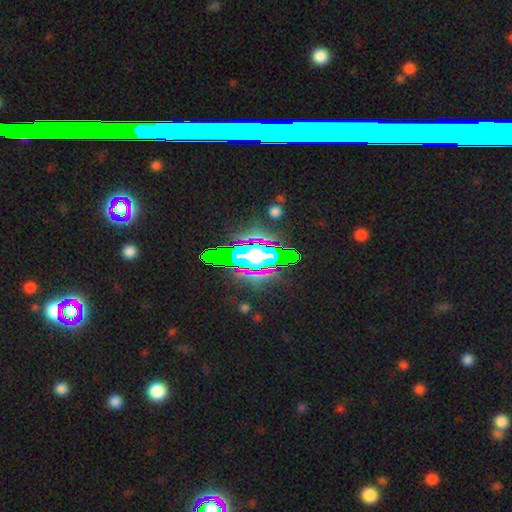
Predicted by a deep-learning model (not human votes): smooth_or_featured: star or artifact (p=0.64) [alt: smooth p=0.19]